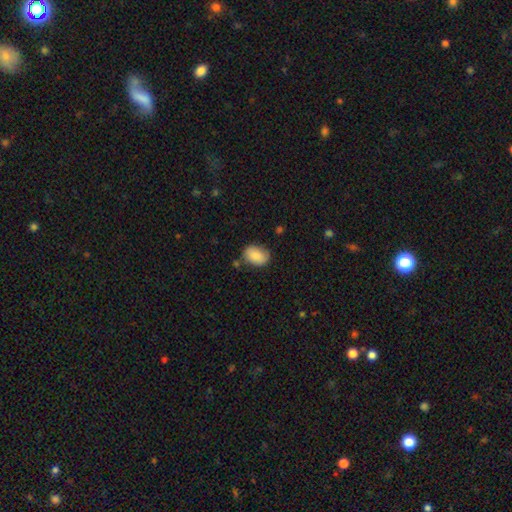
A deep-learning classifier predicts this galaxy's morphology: Smooth or featured?
  - smooth: 85% *
  - featured or disk: 8%
  - star or artifact: 7%
How rounded?
  - in between: 81% *
  - round: 18%
  - cigar-shaped: 1%
Merging?
  - none: 77% *
  - minor disturbance: 16%
  - merger: 4%
  - major disturbance: 3%